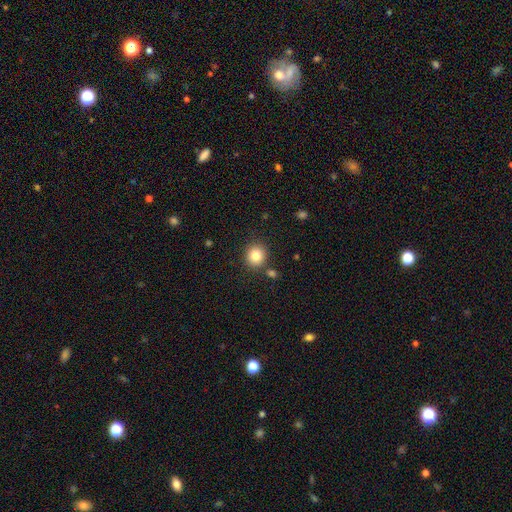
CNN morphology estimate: This is clearly a smooth galaxy (83%). How rounded: clearly round (86%). Merging: clearly none (84%).